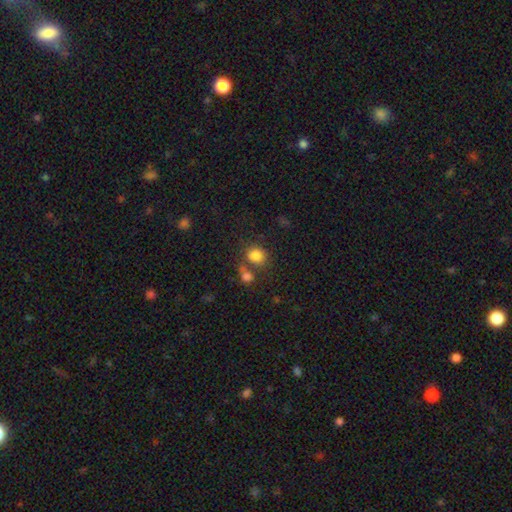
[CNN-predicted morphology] smooth_or_featured: smooth (p=0.81) [alt: star or artifact p=0.11]
how_rounded: round (p=0.63) [alt: in between p=0.36]
merging: none (p=0.52) [alt: merger p=0.28]